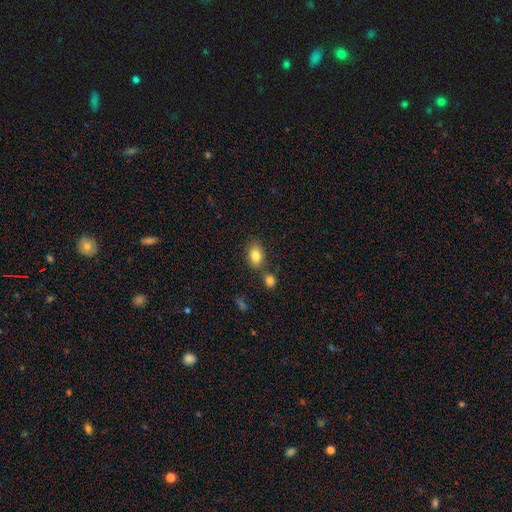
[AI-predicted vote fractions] Smooth or featured?
  - smooth: 83% *
  - star or artifact: 9%
  - featured or disk: 8%
How rounded?
  - in between: 76% *
  - round: 23%
  - cigar-shaped: 1%
Merging?
  - none: 69% *
  - merger: 15%
  - minor disturbance: 12%
  - major disturbance: 3%